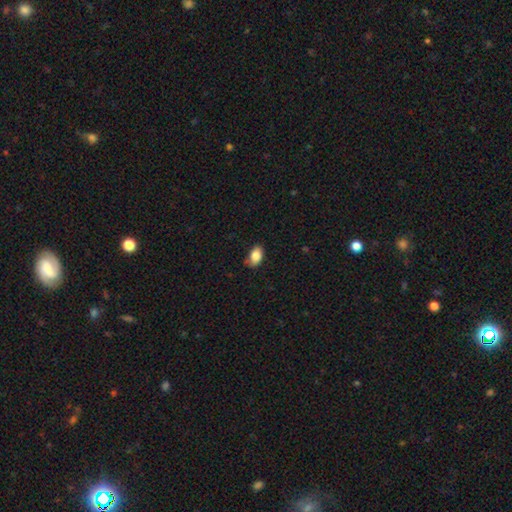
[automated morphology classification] Smooth or featured?
  - smooth: 85% *
  - star or artifact: 8%
  - featured or disk: 8%
How rounded?
  - in between: 88% *
  - round: 10%
  - cigar-shaped: 2%
Merging?
  - none: 69% *
  - minor disturbance: 25%
  - major disturbance: 4%
  - merger: 2%